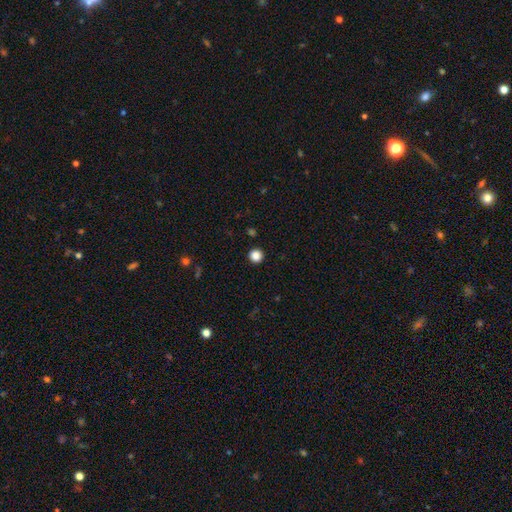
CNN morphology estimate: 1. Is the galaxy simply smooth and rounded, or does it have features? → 86% smooth, 12% star or artifact, 3% featured or disk.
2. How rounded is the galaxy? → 95% round, 4% in between, 1% cigar-shaped.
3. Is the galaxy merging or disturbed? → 93% none, 4% minor disturbance, 2% major disturbance, 1% merger.